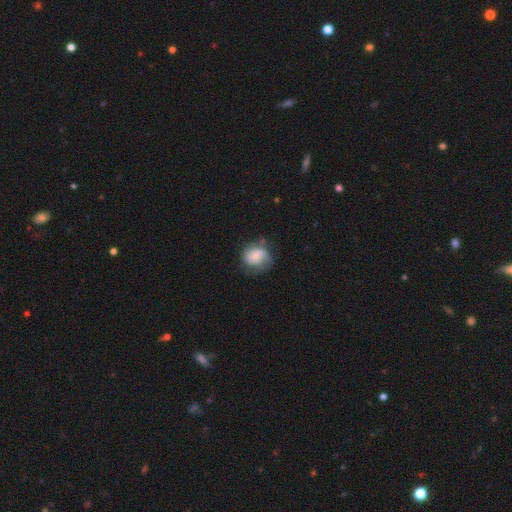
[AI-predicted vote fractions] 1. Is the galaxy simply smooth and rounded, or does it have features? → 53% smooth, 39% featured or disk, 9% star or artifact.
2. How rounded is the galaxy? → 66% round, 33% in between, 1% cigar-shaped.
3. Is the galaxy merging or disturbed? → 52% none, 28% minor disturbance, 17% major disturbance, 2% merger.